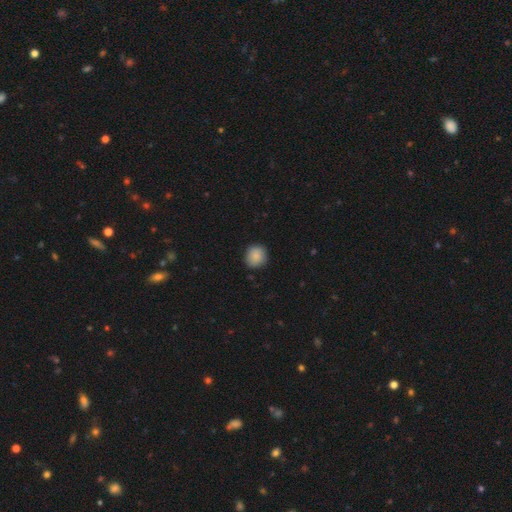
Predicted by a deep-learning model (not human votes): Smooth or featured?
  - smooth: 88% *
  - star or artifact: 8%
  - featured or disk: 4%
How rounded?
  - round: 86% *
  - in between: 13%
  - cigar-shaped: 1%
Merging?
  - none: 87% *
  - minor disturbance: 10%
  - major disturbance: 2%
  - merger: 1%